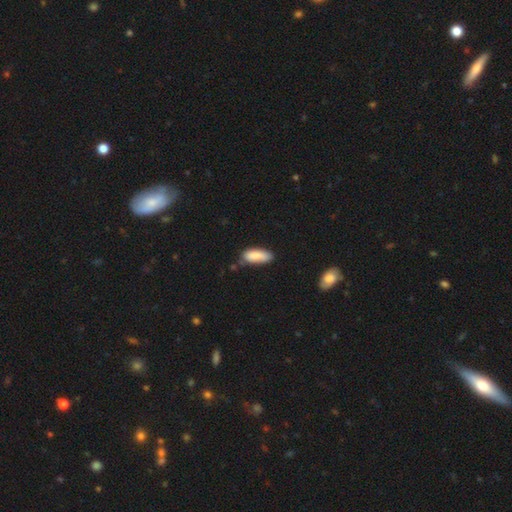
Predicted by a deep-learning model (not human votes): Smooth or featured?
  - smooth: 86% *
  - featured or disk: 8%
  - star or artifact: 6%
How rounded?
  - in between: 70% *
  - cigar-shaped: 28%
  - round: 2%
Merging?
  - none: 65% *
  - minor disturbance: 25%
  - merger: 5%
  - major disturbance: 5%